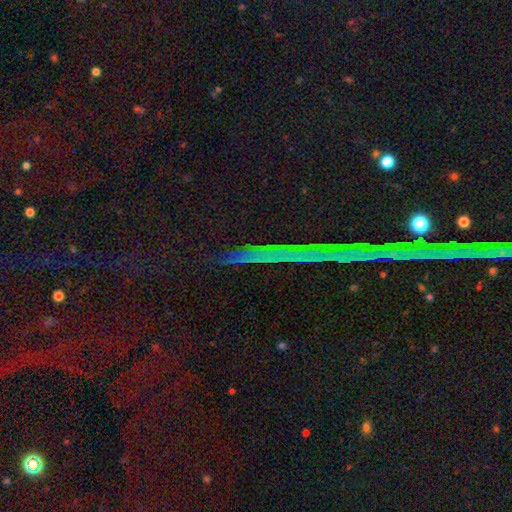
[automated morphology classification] type=star or artifact (82%).